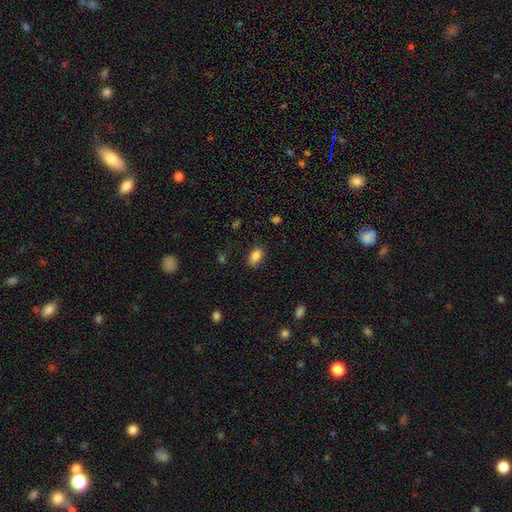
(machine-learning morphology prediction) smooth_or_featured: smooth (p=0.86) [alt: star or artifact p=0.08]
how_rounded: in between (p=0.91) [alt: round p=0.06]
merging: none (p=0.84) [alt: minor disturbance p=0.12]